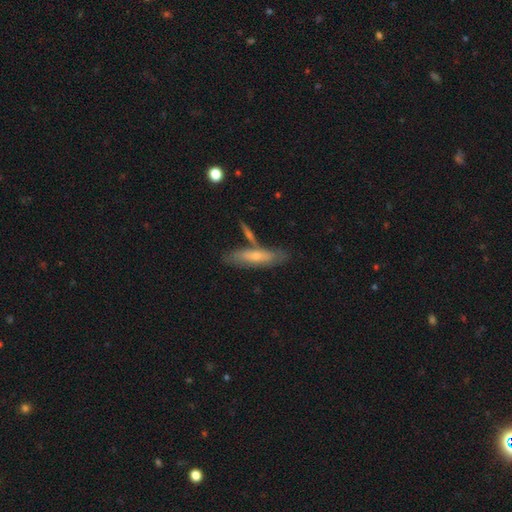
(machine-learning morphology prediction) smooth-or-featured: smooth: 50% | featured or disk: 43% | star or artifact: 7%
  merging: none: 70% | minor disturbance: 15% | merger: 11% | major disturbance: 4%